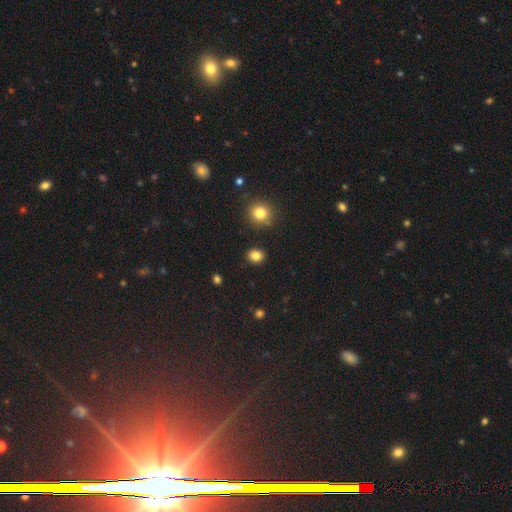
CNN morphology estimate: Smooth or featured: smooth — 84% (star or artifact — 12%)
How rounded: round — 73% (in between — 26%)
Merging: none — 90% (minor disturbance — 6%)